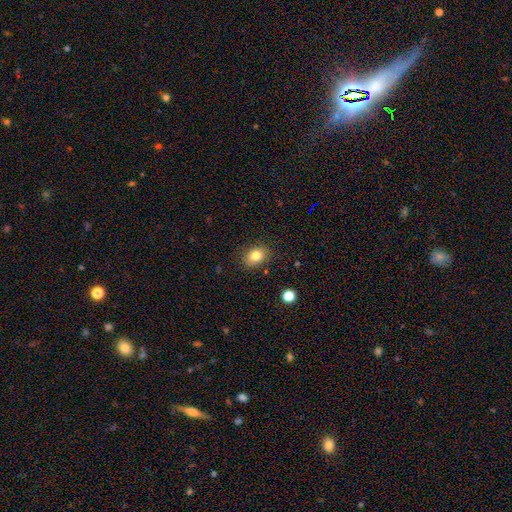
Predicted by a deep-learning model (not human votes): smooth-or-featured: smooth: 81% | star or artifact: 10% | featured or disk: 9%
  how-rounded: in between: 64% | round: 35% | cigar-shaped: 1%
  merging: none: 84% | minor disturbance: 12% | major disturbance: 3% | merger: 2%